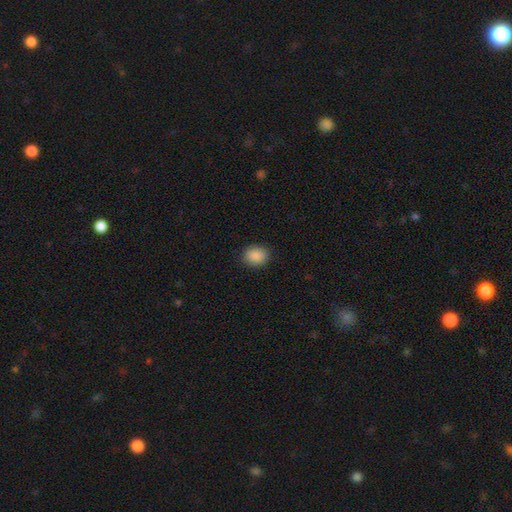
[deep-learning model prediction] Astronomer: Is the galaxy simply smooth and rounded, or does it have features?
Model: smooth — 89%.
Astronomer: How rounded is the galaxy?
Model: round — 51% (runner-up: in between, 48%).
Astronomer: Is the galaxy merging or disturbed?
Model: none — 89%.